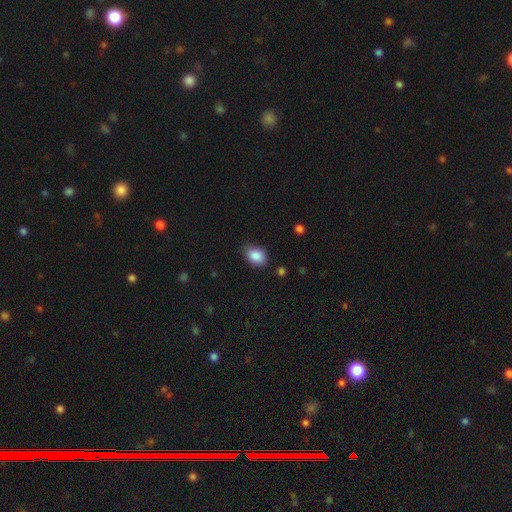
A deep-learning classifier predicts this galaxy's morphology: A smooth galaxy with no disk features (88%) that is in between round and cigar-shaped (76%).

Vote fractions:
- Smooth or featured? smooth: 88% / star or artifact: 8% / featured or disk: 4%
- How rounded? in between: 76% / round: 23% / cigar-shaped: 1%
- Merging? none: 74% / minor disturbance: 21% / major disturbance: 4% / merger: 2%